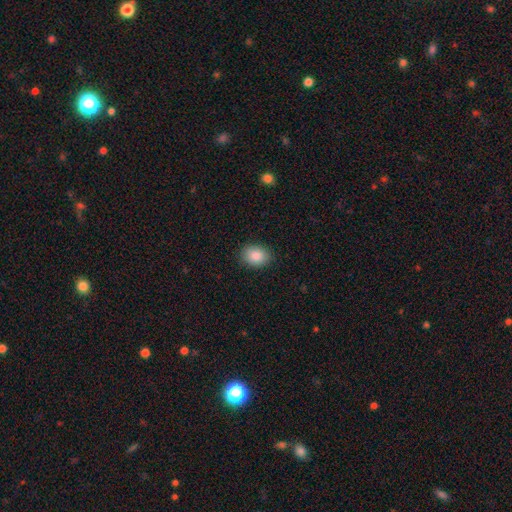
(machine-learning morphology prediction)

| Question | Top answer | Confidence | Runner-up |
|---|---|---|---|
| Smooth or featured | smooth | 87% | star or artifact (8%) |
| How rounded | in between | 70% | round (29%) |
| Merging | none | 88% | minor disturbance (9%) |